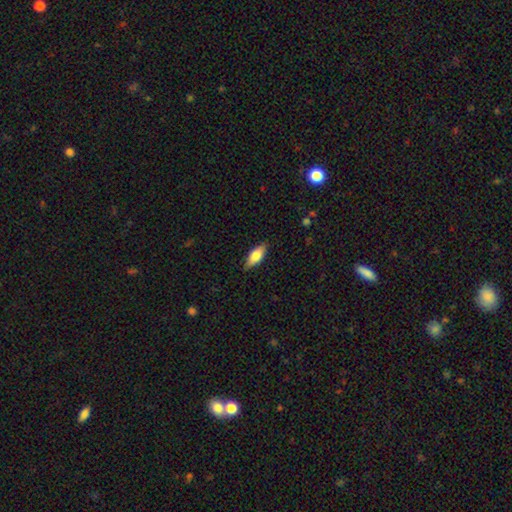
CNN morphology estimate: The model was most divided on "smooth or featured": smooth: 74%, featured or disk: 20%, star or artifact: 6%. More confident: merging — none (86%); how rounded — in between (78%).